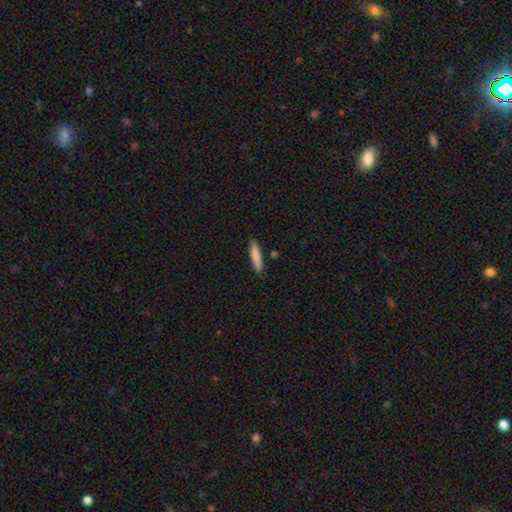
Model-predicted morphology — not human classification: This appears to be a smooth galaxy with no disk features (83%) that is cigar-shaped (86%). Merging: none (84%).